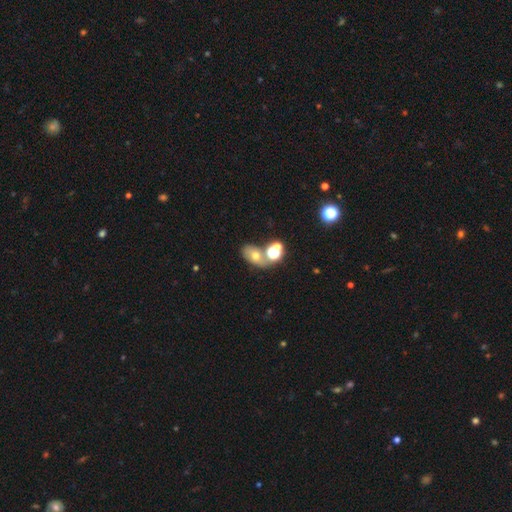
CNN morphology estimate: Smooth or featured? smooth (59%)
How rounded? in between (74%)
Merging? none (44%)